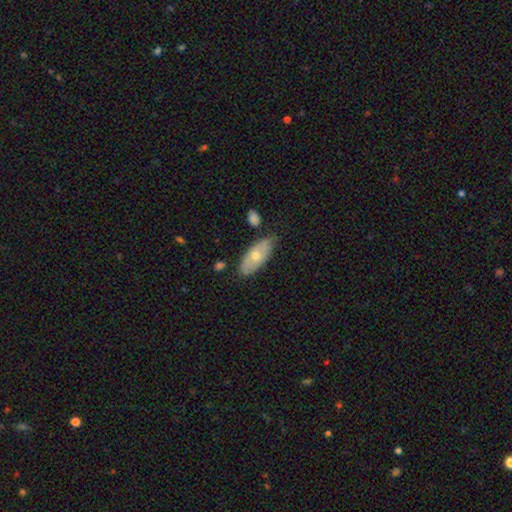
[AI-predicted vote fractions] This appears to be a smooth galaxy with no disk features (57%) that is in between round and cigar-shaped (86%). Merging: none (74%).